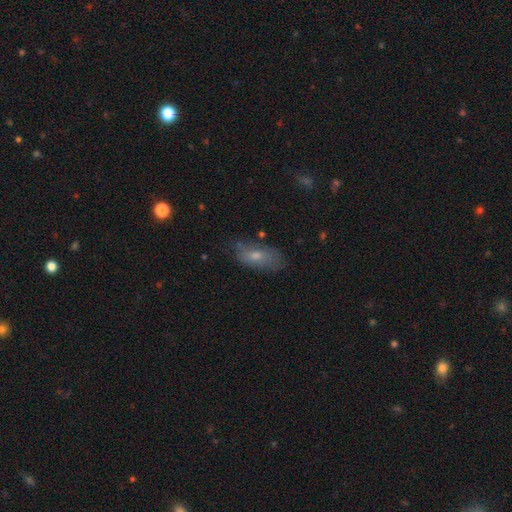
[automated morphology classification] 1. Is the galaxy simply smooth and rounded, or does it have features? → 58% smooth, 31% featured or disk, 11% star or artifact.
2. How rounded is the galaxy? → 82% in between, 13% cigar-shaped, 5% round.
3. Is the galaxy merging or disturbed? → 67% none, 24% minor disturbance, 7% major disturbance, 3% merger.